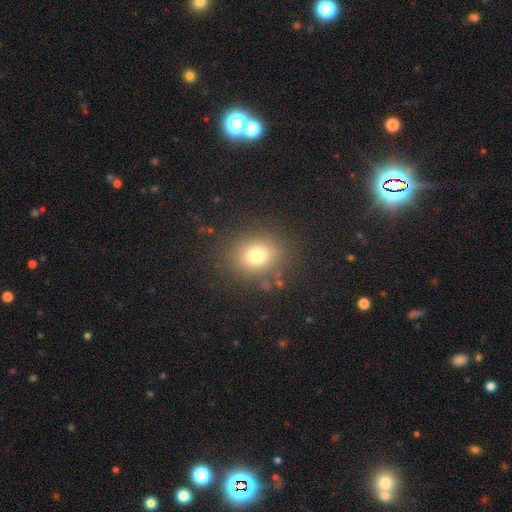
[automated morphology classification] Overall: smooth (76%). How rounded: round (65%; in between 34%). Merging: none (84%).